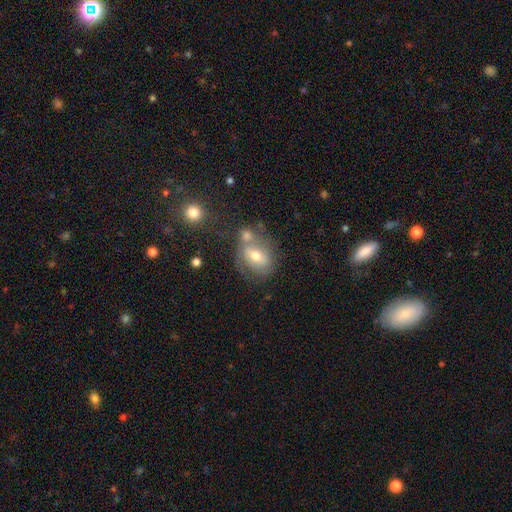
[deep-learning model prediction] Morphology: type=smooth (46%); merging=none (42%).